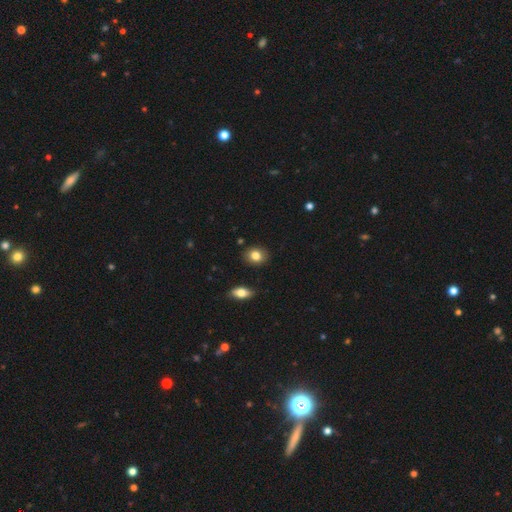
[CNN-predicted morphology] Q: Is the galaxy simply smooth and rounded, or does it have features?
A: smooth — 82%.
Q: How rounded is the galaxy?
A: round — 52%.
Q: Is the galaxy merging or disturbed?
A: none — 87%.